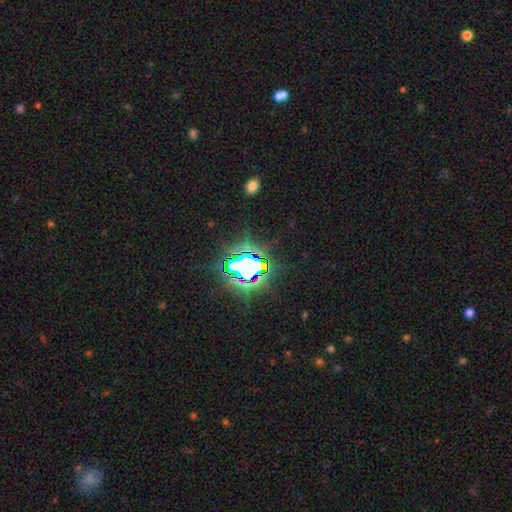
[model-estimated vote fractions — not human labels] Smooth or featured: star or artifact — 77% (smooth — 12%)